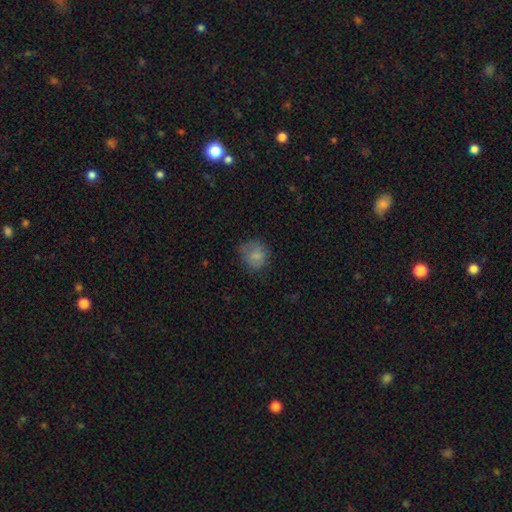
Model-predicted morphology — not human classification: Smooth or featured? Predicted: smooth (p=0.78). How rounded? Predicted: round (p=0.79). Merging? Predicted: none (p=0.61).